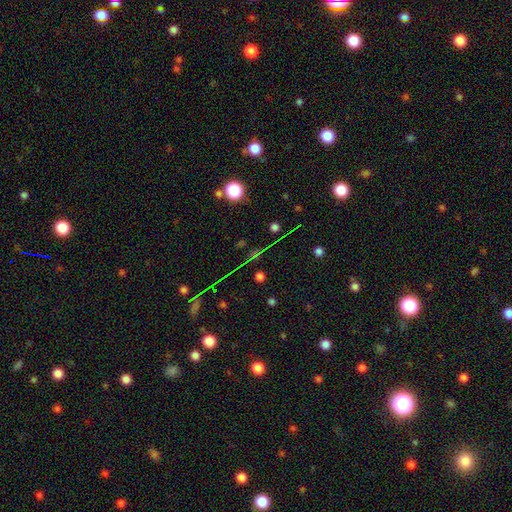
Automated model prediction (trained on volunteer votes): Overall: star or artifact (62%; smooth 26%).